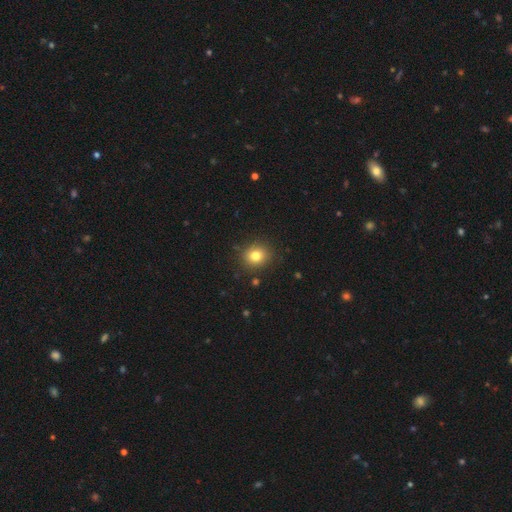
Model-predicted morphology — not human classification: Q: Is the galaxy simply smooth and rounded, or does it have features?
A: smooth — 79%.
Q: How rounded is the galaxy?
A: round — 80%.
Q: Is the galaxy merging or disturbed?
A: none — 88%.